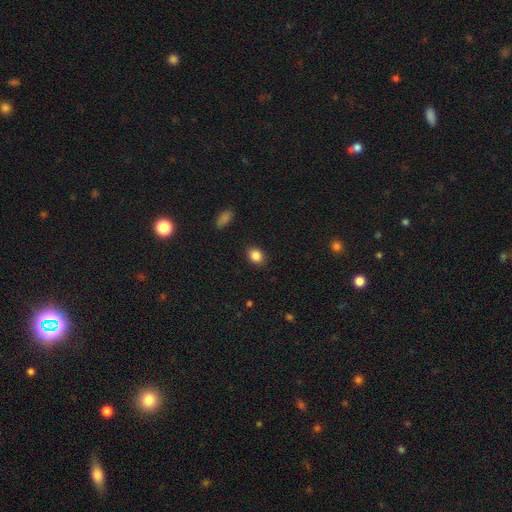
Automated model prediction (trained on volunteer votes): This is clearly a smooth galaxy (86%). How rounded: possibly in between (58%). Merging: clearly none (88%).